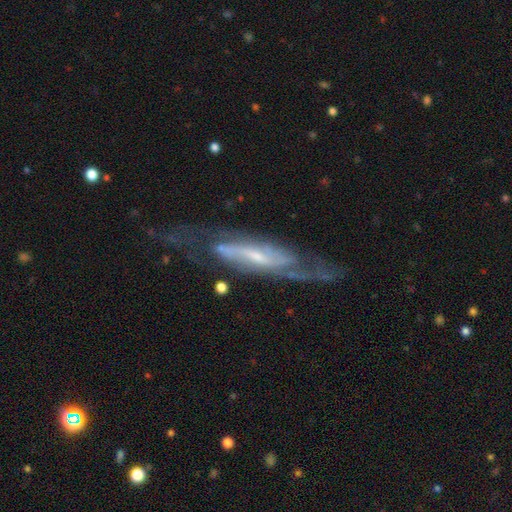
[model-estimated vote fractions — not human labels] Morphology: type=featured or disk (85%); edge-on=no (74%); bar=weak (44%); spiral arms=yes (94%); winding=medium (46%); arm count=2 (69%); bulge=small (62%); merging=none (65%).